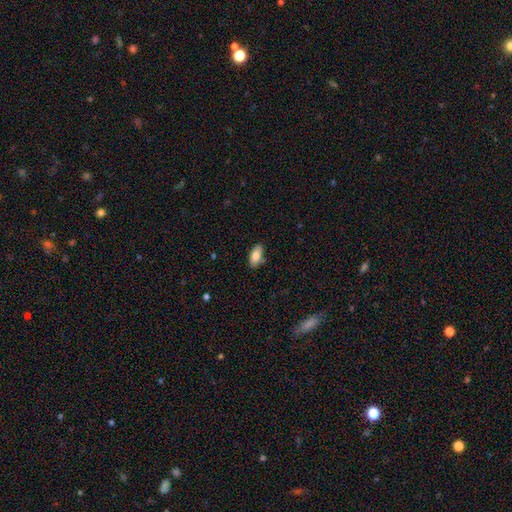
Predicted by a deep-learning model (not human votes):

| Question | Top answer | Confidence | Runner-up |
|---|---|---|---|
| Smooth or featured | smooth | 82% | featured or disk (12%) |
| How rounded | in between | 90% | cigar-shaped (8%) |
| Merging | none | 83% | minor disturbance (13%) |